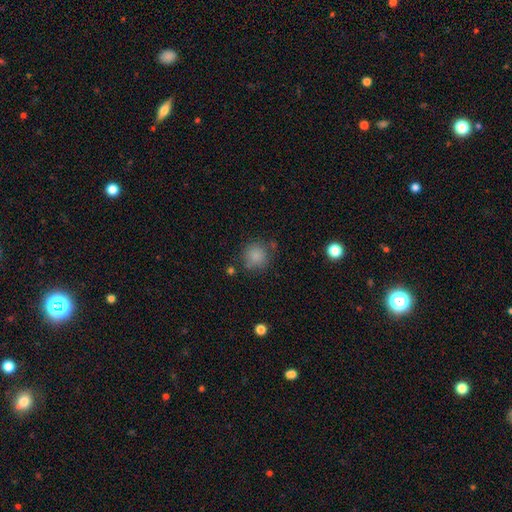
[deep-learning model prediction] Q: Smooth or featured?
A: smooth (84%); runner-up: star or artifact (11%)
Q: How rounded?
A: round (91%); runner-up: in between (8%)
Q: Merging?
A: none (76%); runner-up: minor disturbance (14%)